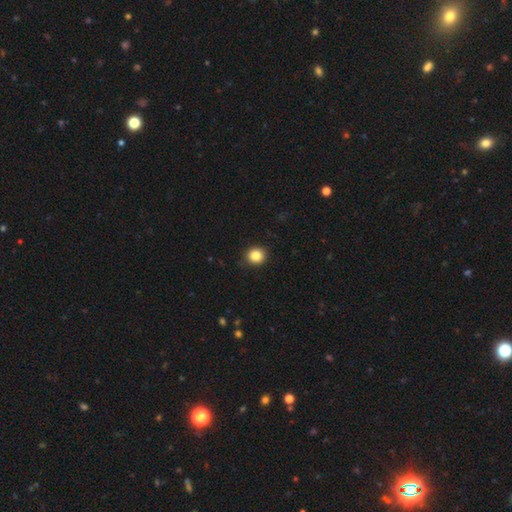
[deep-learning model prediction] This is clearly a smooth galaxy (86%). How rounded: clearly round (87%). Merging: clearly none (90%).